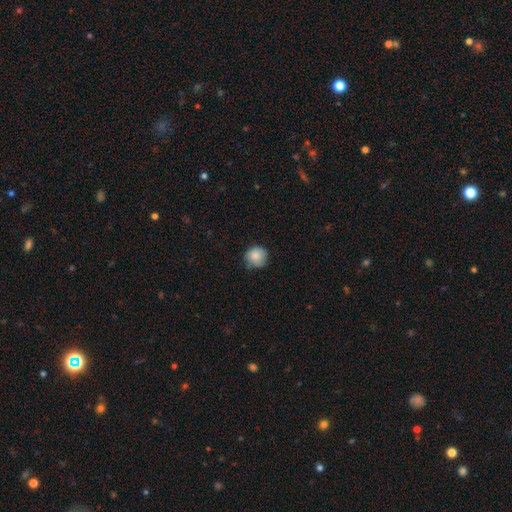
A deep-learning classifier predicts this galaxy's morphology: Smooth or featured?
  - smooth: 85% *
  - star or artifact: 8%
  - featured or disk: 7%
How rounded?
  - round: 89% *
  - in between: 10%
  - cigar-shaped: 1%
Merging?
  - none: 69% *
  - minor disturbance: 25%
  - major disturbance: 4%
  - merger: 1%